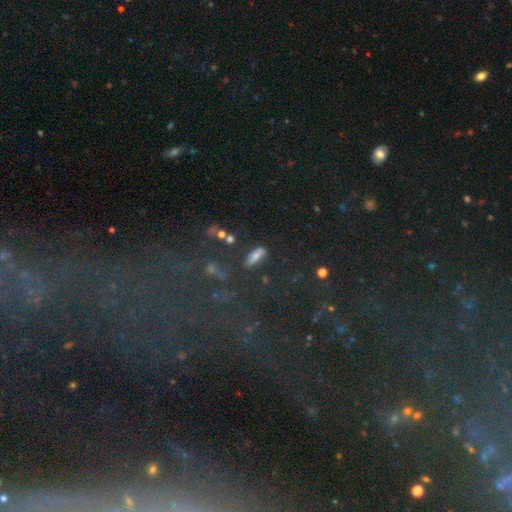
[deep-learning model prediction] Smooth or featured? Predicted: smooth (p=0.63). How rounded? Predicted: in between (p=0.51). Merging? Predicted: none (p=0.78).